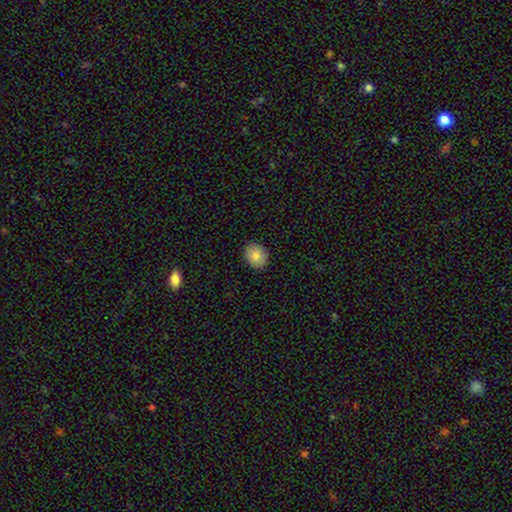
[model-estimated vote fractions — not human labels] A smooth galaxy with no disk features (79%) that is round (56%).

Vote fractions:
- Smooth or featured? smooth: 79% / featured or disk: 12% / star or artifact: 8%
- How rounded? round: 56% / in between: 43% / cigar-shaped: 1%
- Merging? none: 90% / minor disturbance: 8% / major disturbance: 2% / merger: 1%